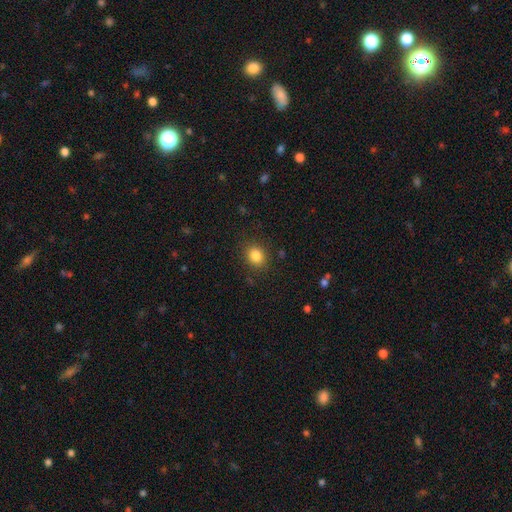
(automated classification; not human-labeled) This is clearly a smooth galaxy (84%). How rounded: possibly round (60%). Merging: clearly none (86%).